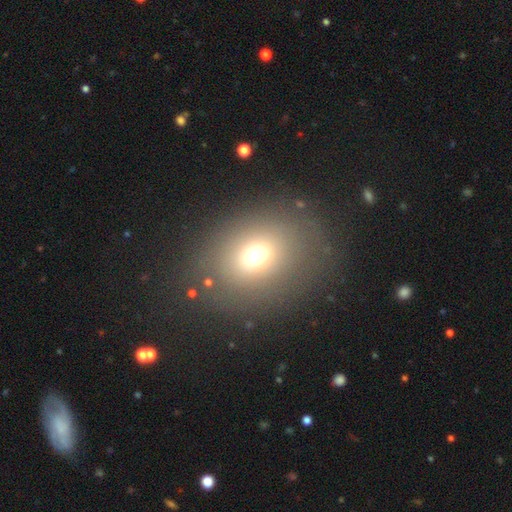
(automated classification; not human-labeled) Overall: smooth (67%). How rounded: round (53%; in between 46%). Merging: none (79%).